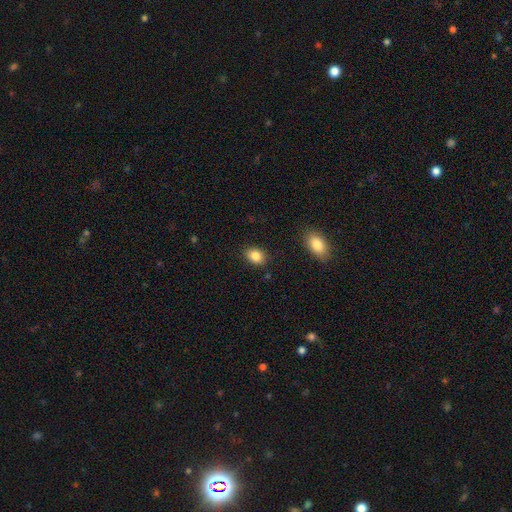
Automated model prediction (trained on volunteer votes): The model was most divided on "how rounded": in between: 70%, round: 29%, cigar-shaped: 1%. More confident: merging — none (87%); smooth or featured — smooth (85%).